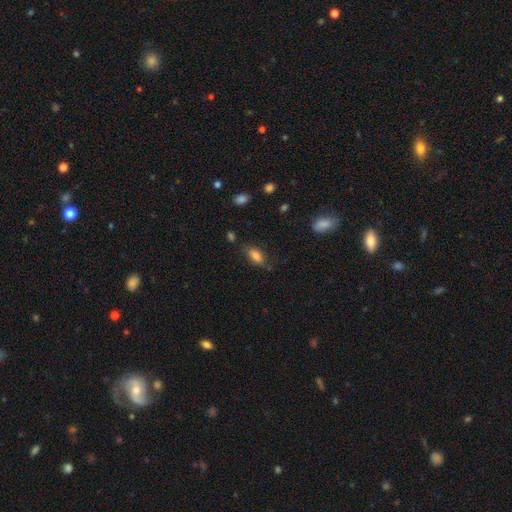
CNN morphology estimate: Smooth or featured: smooth — 80% (featured or disk — 10%)
How rounded: in between — 86% (cigar-shaped — 9%)
Merging: none — 70% (minor disturbance — 21%)